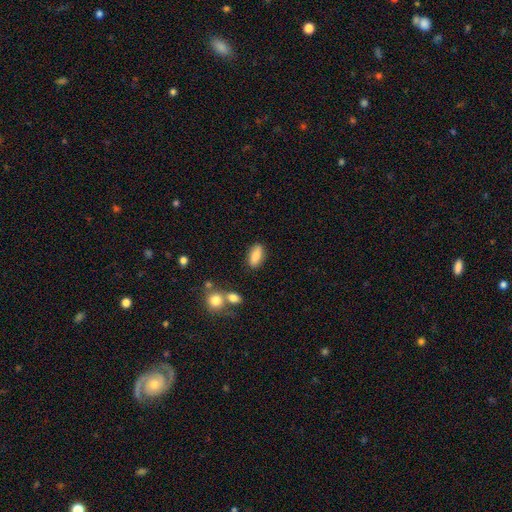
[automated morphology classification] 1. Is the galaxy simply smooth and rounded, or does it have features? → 83% smooth, 10% featured or disk, 7% star or artifact.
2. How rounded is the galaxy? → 81% in between, 16% cigar-shaped, 4% round.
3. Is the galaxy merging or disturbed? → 84% none, 10% minor disturbance, 3% merger, 3% major disturbance.